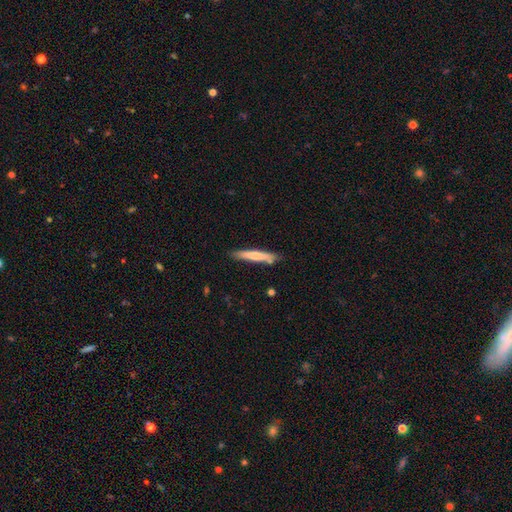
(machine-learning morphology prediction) The model was most divided on "smooth or featured": smooth: 67%, featured or disk: 27%, star or artifact: 5%. More confident: how rounded — cigar-shaped (93%); merging — none (79%).